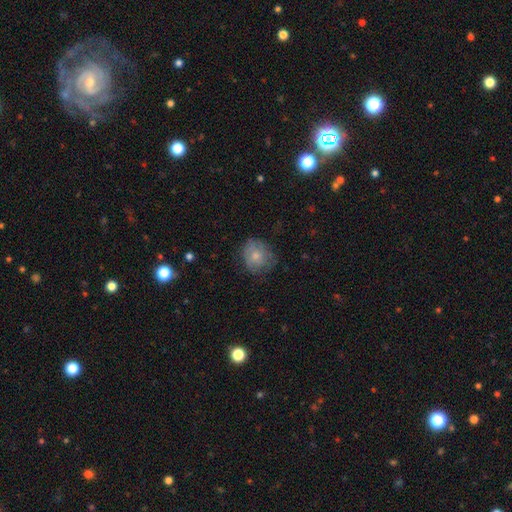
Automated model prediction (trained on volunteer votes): smooth_or_featured: smooth (p=0.74) [alt: featured or disk p=0.18]
how_rounded: round (p=0.74) [alt: in between p=0.25]
merging: none (p=0.65) [alt: minor disturbance p=0.25]